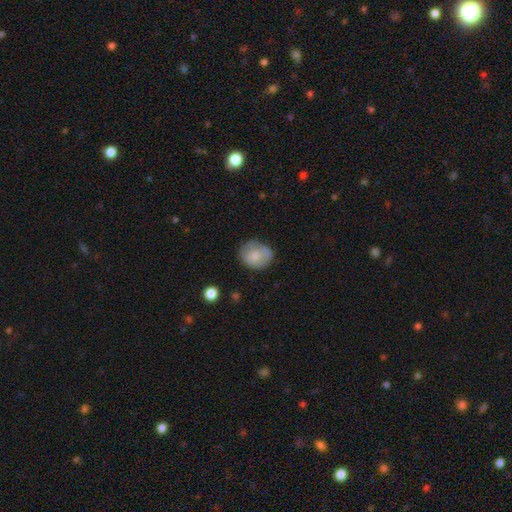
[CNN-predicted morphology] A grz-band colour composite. It shows a smooth galaxy with no disk features (76%) that is round (60%). Merging: none (65%).